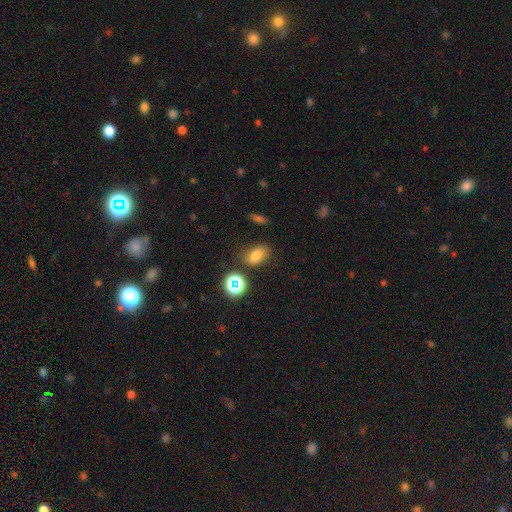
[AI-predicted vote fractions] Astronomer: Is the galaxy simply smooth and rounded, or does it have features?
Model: smooth — 72%.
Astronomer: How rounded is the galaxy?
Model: in between — 75%.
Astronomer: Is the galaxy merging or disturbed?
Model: none — 71%.